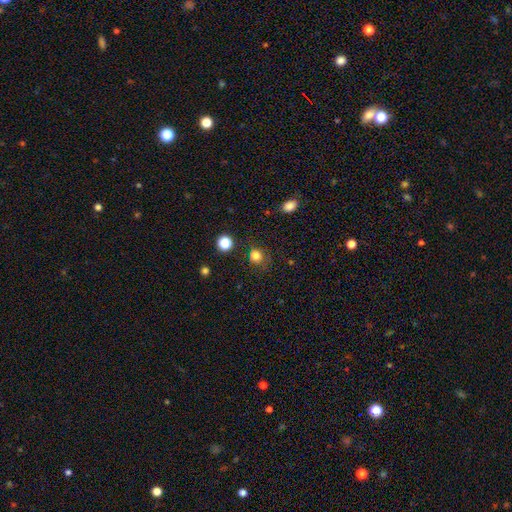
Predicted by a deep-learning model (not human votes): Q: Smooth or featured?
A: smooth (80%); runner-up: star or artifact (14%)
Q: How rounded?
A: round (84%); runner-up: in between (15%)
Q: Merging?
A: none (78%); runner-up: minor disturbance (14%)